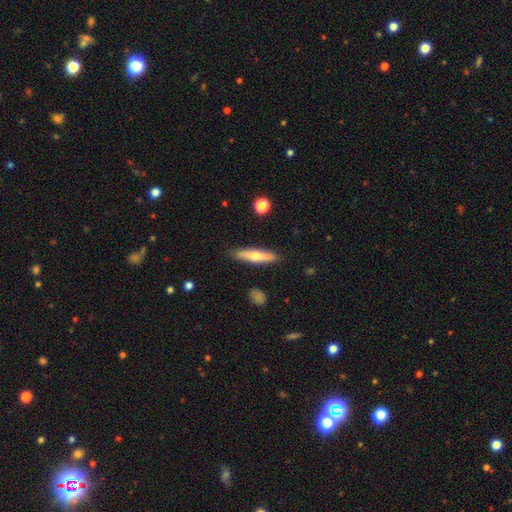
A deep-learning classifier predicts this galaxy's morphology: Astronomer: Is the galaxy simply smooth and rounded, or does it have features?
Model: smooth — 60%.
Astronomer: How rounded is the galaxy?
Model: cigar-shaped — 80%.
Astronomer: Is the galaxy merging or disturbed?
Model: none — 85%.